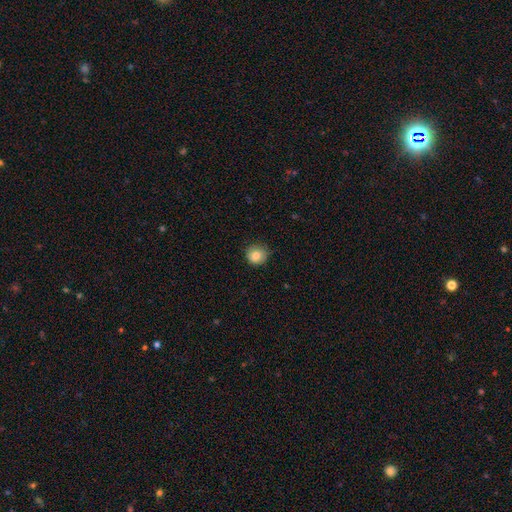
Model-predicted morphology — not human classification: This appears to be a smooth galaxy with no disk features (84%) that is round (90%). Merging: none (83%).